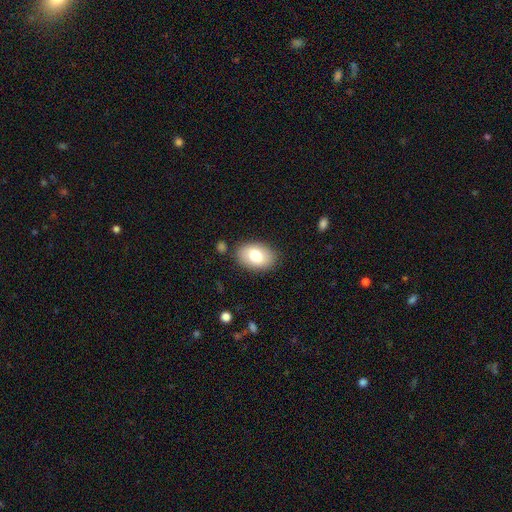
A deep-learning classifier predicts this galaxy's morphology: smooth-or-featured: smooth: 78% | featured or disk: 15% | star or artifact: 7%
  how-rounded: in between: 88% | round: 11% | cigar-shaped: 1%
  merging: none: 85% | minor disturbance: 10% | major disturbance: 3% | merger: 2%